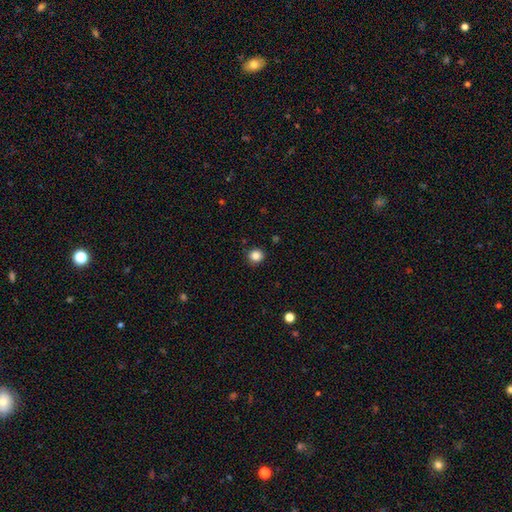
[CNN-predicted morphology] A smooth galaxy with no disk features (84%) that is round (90%).

Vote fractions:
- Smooth or featured? smooth: 84% / star or artifact: 11% / featured or disk: 4%
- How rounded? round: 90% / in between: 9% / cigar-shaped: 1%
- Merging? none: 90% / minor disturbance: 7% / major disturbance: 2% / merger: 1%